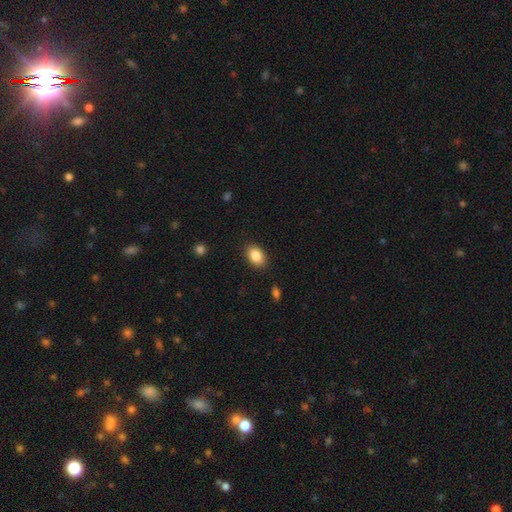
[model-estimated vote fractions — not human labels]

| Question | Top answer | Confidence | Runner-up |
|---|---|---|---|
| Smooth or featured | smooth | 86% | star or artifact (8%) |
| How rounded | in between | 87% | round (12%) |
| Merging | none | 87% | minor disturbance (9%) |